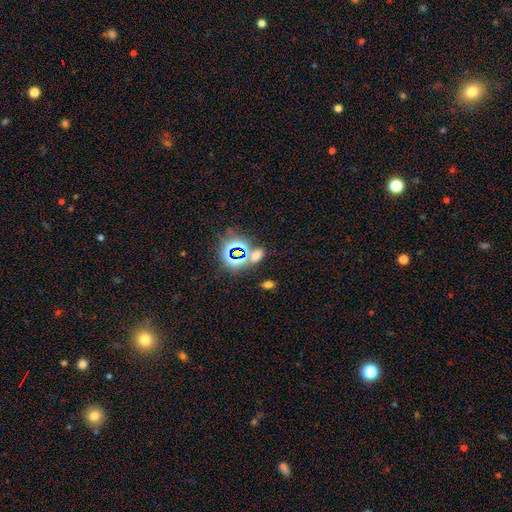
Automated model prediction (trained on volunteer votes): A smooth galaxy with no disk features (47%).

Vote fractions:
- Smooth or featured? smooth: 47% / star or artifact: 44% / featured or disk: 9%
- Merging? none: 66% / merger: 17% / minor disturbance: 11% / major disturbance: 6%